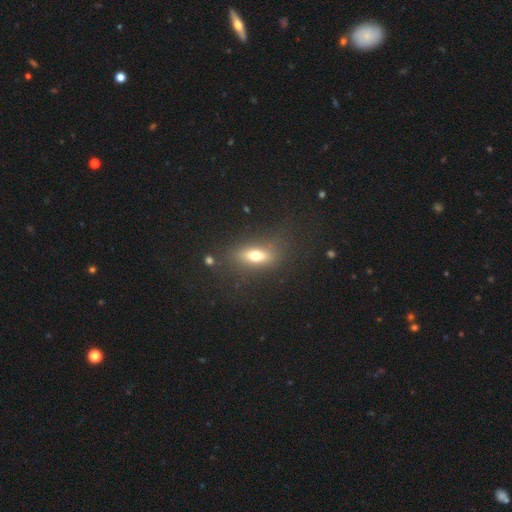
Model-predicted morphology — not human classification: A smooth galaxy with no disk features (62%) that is in between round and cigar-shaped (65%). Merging: none (78%).